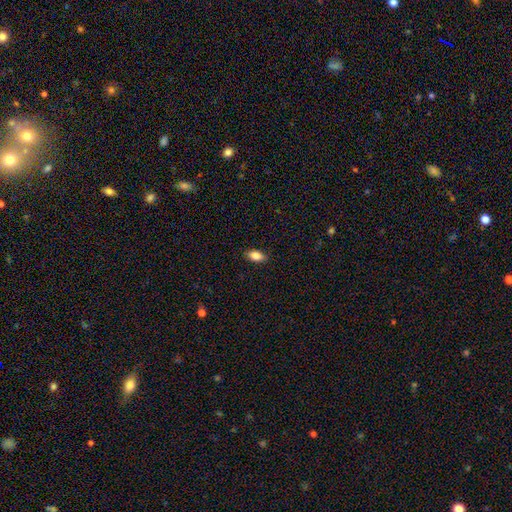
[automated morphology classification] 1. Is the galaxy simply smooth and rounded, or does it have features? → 84% smooth, 8% featured or disk, 8% star or artifact.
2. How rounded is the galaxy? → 89% in between, 6% cigar-shaped, 5% round.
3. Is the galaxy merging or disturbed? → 87% none, 10% minor disturbance, 2% major disturbance, 1% merger.